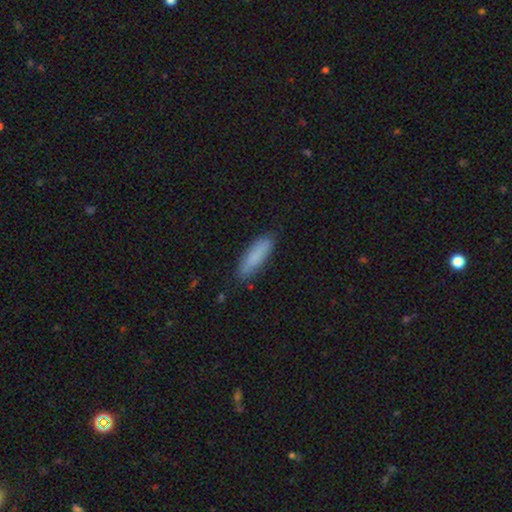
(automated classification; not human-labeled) smooth 86%, featured or disk 8%, star or artifact 6%. Down the decision tree: how rounded — cigar-shaped (63%); merging — none (85%).